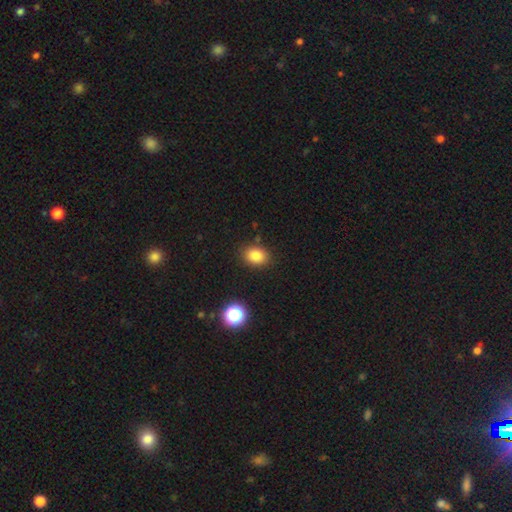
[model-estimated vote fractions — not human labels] Smooth or featured: smooth — 83% (star or artifact — 11%)
How rounded: in between — 62% (round — 37%)
Merging: none — 84% (minor disturbance — 10%)